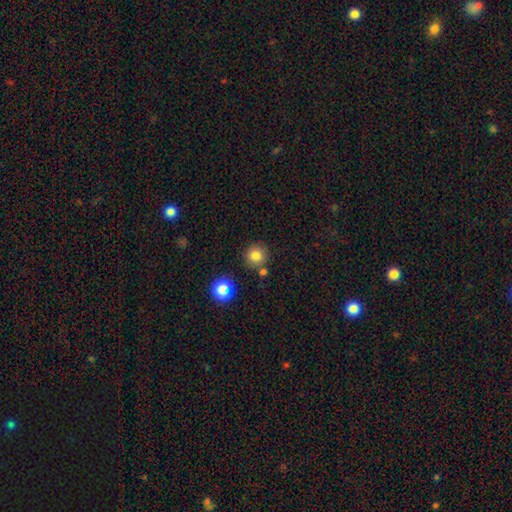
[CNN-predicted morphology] type=smooth (80%); roundness=round (93%); merging=none (80%).